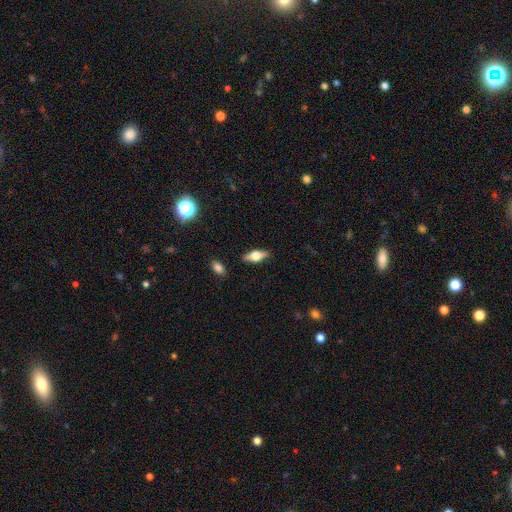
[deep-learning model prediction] featured or disk 56%, smooth 37%, star or artifact 8%. Down the decision tree: edge-on disk — yes (93%); edge-on bulge — rounded (93%); merging — none (87%).